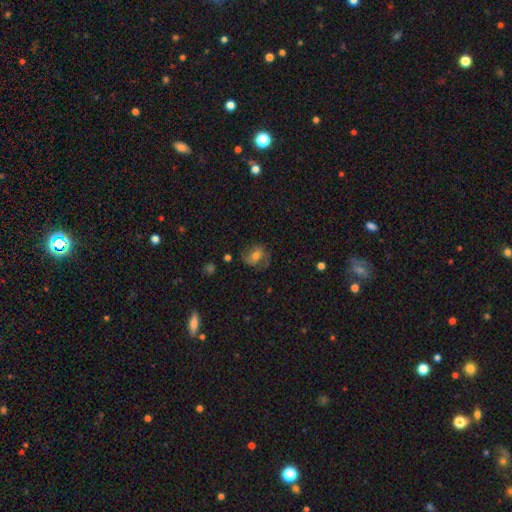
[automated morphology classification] type=featured or disk (46%); merging=none (63%).